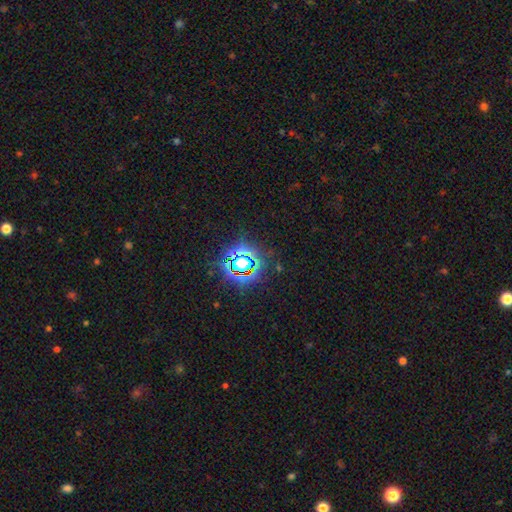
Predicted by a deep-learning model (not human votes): star or artifact 82%, smooth 12%, featured or disk 7%.